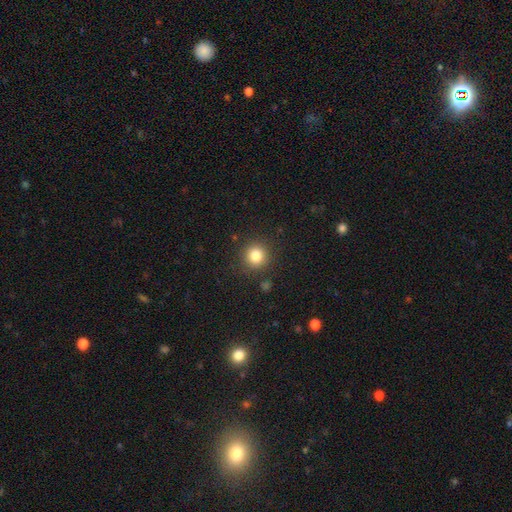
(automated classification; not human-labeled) Smooth or featured: smooth — 82% (star or artifact — 12%)
How rounded: round — 93% (in between — 6%)
Merging: none — 89% (minor disturbance — 7%)